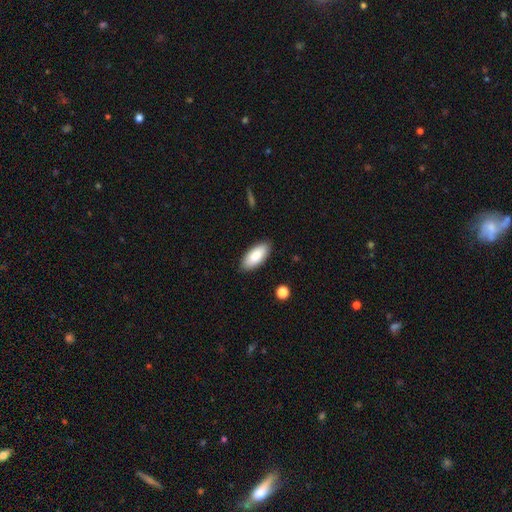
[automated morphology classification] A smooth galaxy with no disk features (87%) that is in between round and cigar-shaped (88%).

Vote fractions:
- Smooth or featured? smooth: 87% / featured or disk: 7% / star or artifact: 6%
- How rounded? in between: 88% / cigar-shaped: 10% / round: 2%
- Merging? none: 87% / minor disturbance: 10% / major disturbance: 2% / merger: 1%